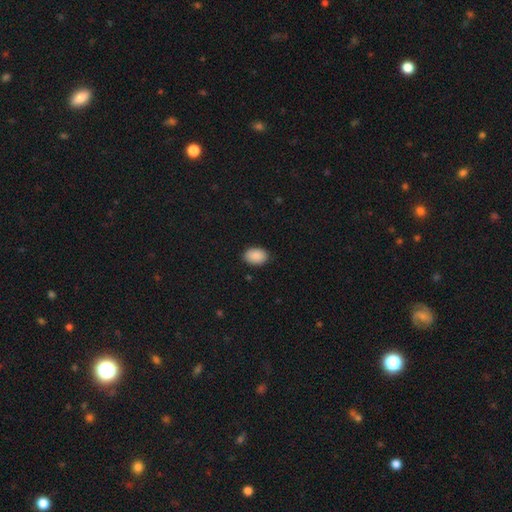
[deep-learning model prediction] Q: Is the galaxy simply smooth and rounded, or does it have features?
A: smooth — 90%.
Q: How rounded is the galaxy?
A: in between — 85%.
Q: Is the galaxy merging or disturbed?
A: none — 88%.